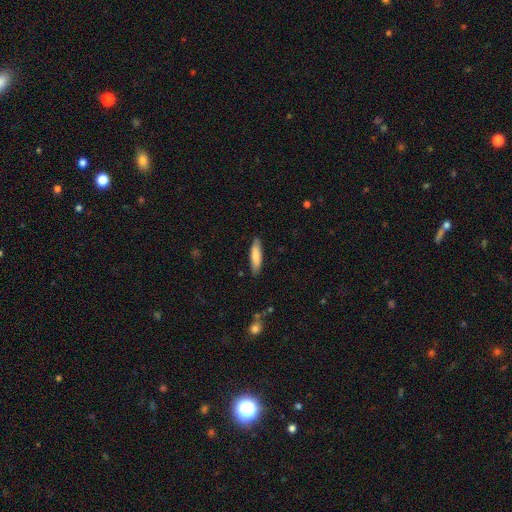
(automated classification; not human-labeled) smooth_or_featured: smooth (p=0.78) [alt: featured or disk p=0.16]
how_rounded: cigar-shaped (p=0.69) [alt: in between p=0.30]
merging: none (p=0.86) [alt: minor disturbance p=0.11]